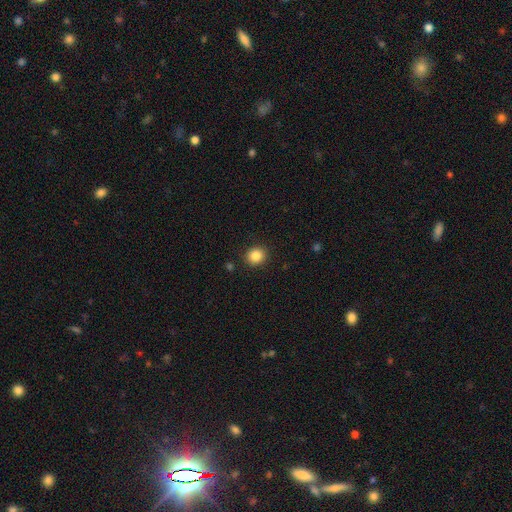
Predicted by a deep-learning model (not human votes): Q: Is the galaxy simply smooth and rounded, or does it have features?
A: smooth — 86%.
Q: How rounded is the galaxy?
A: round — 81%.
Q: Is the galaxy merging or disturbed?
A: none — 90%.